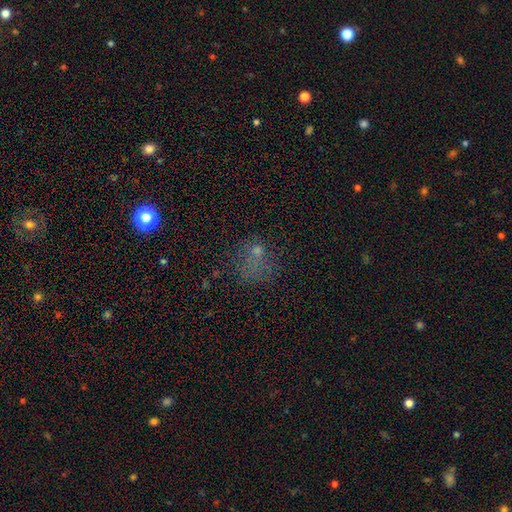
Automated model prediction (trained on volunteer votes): The model was most divided on "smooth or featured": smooth: 47%, star or artifact: 31%, featured or disk: 22%. Remaining: merging — none (44%).